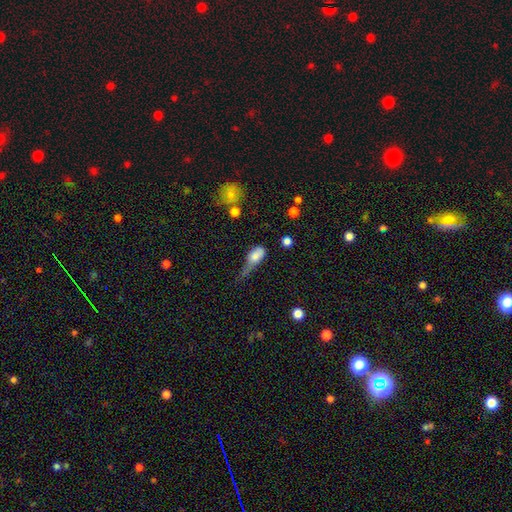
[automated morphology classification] Smooth or featured? smooth (73%)
How rounded? in between (79%)
Merging? major disturbance (42%)